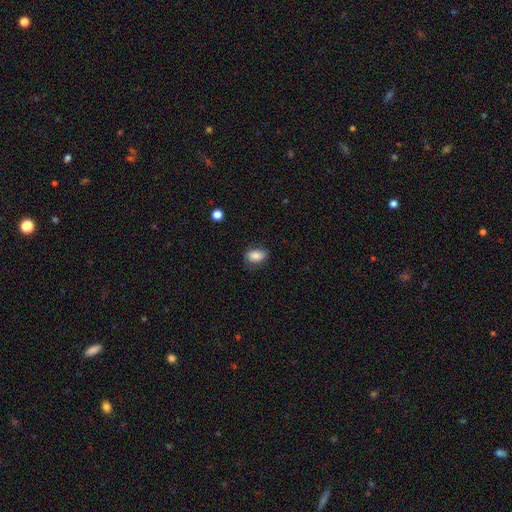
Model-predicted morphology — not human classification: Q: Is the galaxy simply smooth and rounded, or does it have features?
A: smooth — 78%.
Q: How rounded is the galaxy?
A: in between — 85%.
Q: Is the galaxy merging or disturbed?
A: none — 74%.